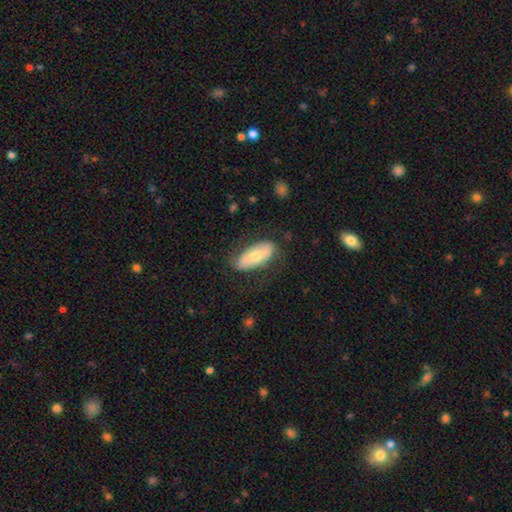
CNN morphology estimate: smooth-or-featured: smooth: 54% | featured or disk: 40% | star or artifact: 6%
  how-rounded: in between: 87% | cigar-shaped: 10% | round: 3%
  merging: none: 76% | minor disturbance: 17% | major disturbance: 6% | merger: 1%